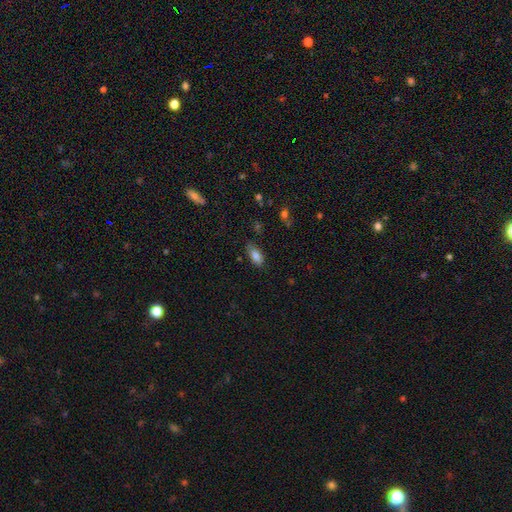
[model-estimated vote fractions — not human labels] Smooth or featured? Predicted: smooth (p=0.84). How rounded? Predicted: in between (p=0.89). Merging? Predicted: none (p=0.72).